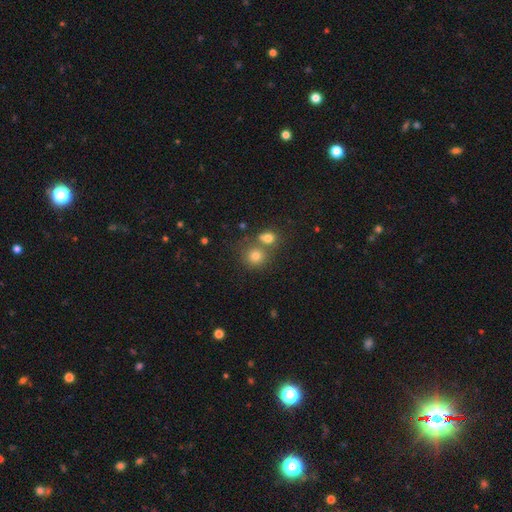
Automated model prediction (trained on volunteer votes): The model was most divided on "merging": none: 51%, merger: 39%, minor disturbance: 7%, major disturbance: 3%. More confident: how rounded — round (84%); smooth or featured — smooth (75%).